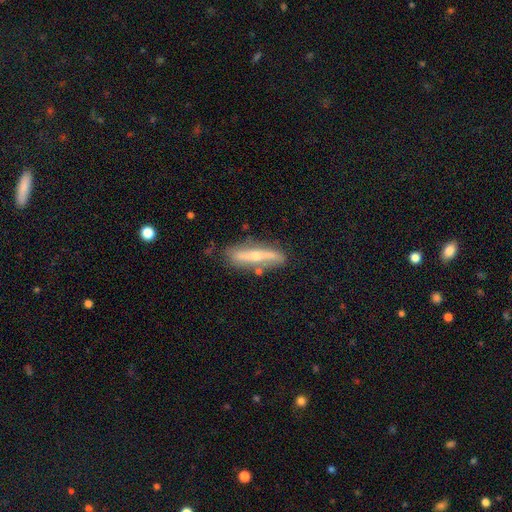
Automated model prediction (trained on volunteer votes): Overall: featured or disk (69%). Edge-on disk: yes (70%). Merging: none (75%).